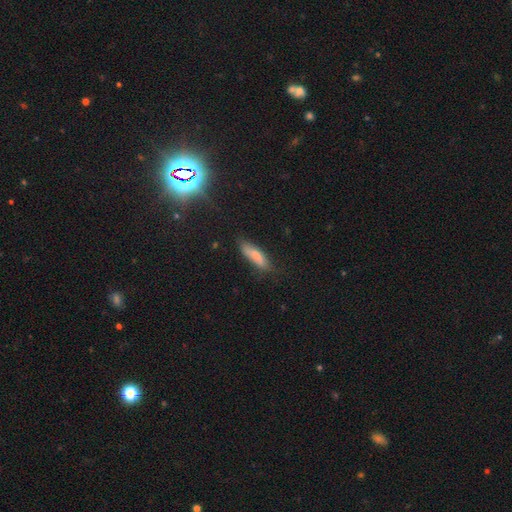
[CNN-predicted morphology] A smooth galaxy with no disk features (78%) that is cigar-shaped (60%).

Vote fractions:
- Smooth or featured? smooth: 78% / featured or disk: 15% / star or artifact: 7%
- How rounded? cigar-shaped: 60% / in between: 38% / round: 2%
- Merging? none: 71% / minor disturbance: 22% / major disturbance: 5% / merger: 2%